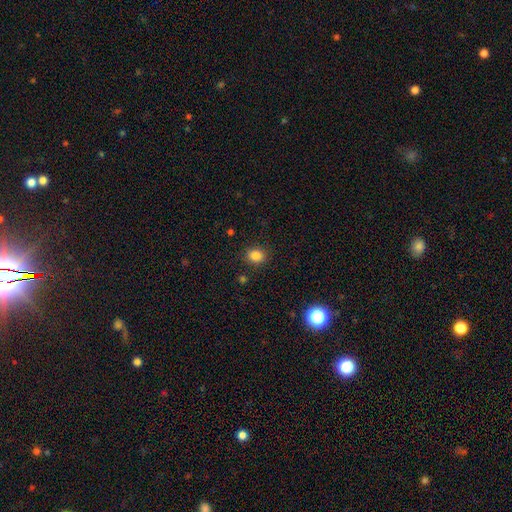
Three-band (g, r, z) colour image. It shows a smooth galaxy with no disk features (92%) that is round (64%). Merging: none (87%).